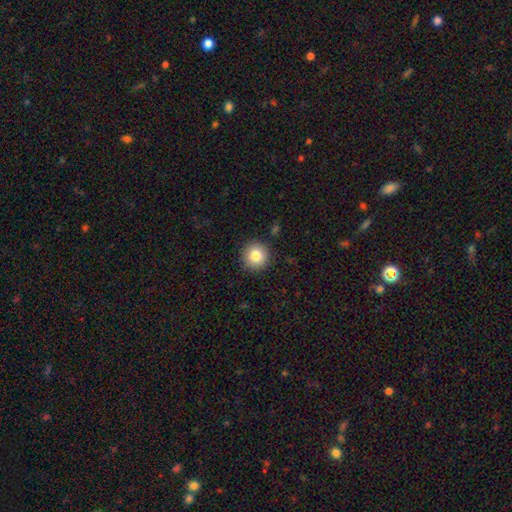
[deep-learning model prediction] The model was most divided on "smooth or featured": smooth: 82%, star or artifact: 10%, featured or disk: 8%. More confident: how rounded — round (95%); merging — none (90%).